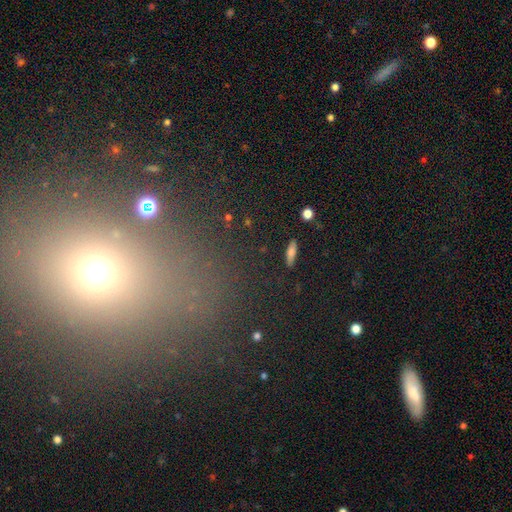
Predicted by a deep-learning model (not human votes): star or artifact 53%, smooth 33%, featured or disk 14%.